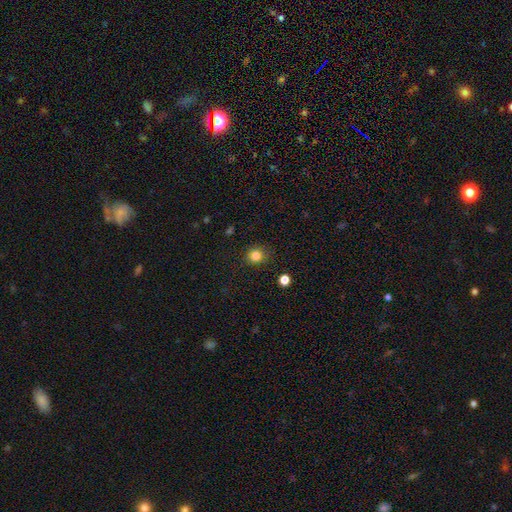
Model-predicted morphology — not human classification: Overall: smooth (82%). How rounded: round (86%). Merging: none (87%).